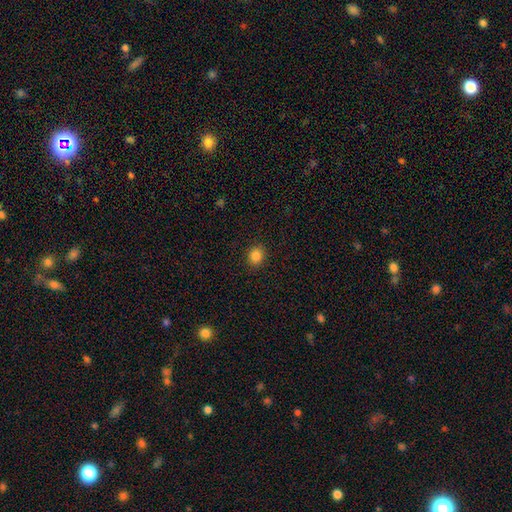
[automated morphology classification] smooth-or-featured: smooth: 84% | star or artifact: 11% | featured or disk: 5%
  how-rounded: round: 63% | in between: 36% | cigar-shaped: 1%
  merging: none: 90% | minor disturbance: 7% | major disturbance: 2% | merger: 1%